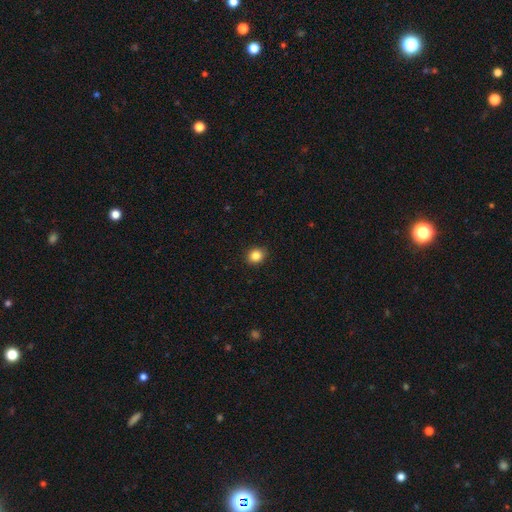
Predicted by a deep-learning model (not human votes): The model was most divided on "how rounded": round: 77%, in between: 22%, cigar-shaped: 1%. More confident: merging — none (91%); smooth or featured — smooth (86%).